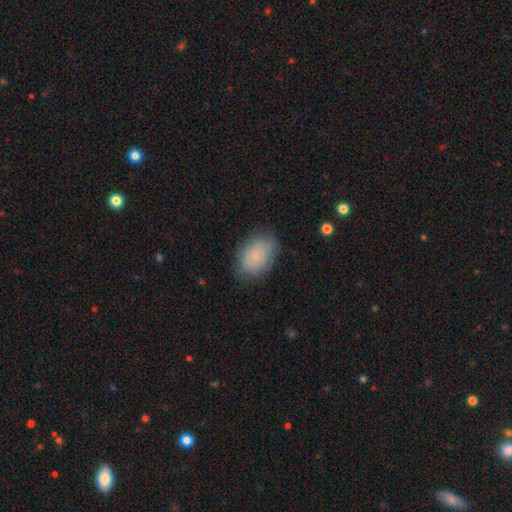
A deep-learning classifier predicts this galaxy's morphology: Smooth or featured?
  - smooth: 74% *
  - featured or disk: 18%
  - star or artifact: 8%
How rounded?
  - in between: 81% *
  - round: 18%
  - cigar-shaped: 1%
Merging?
  - none: 79% *
  - minor disturbance: 16%
  - major disturbance: 5%
  - merger: 1%